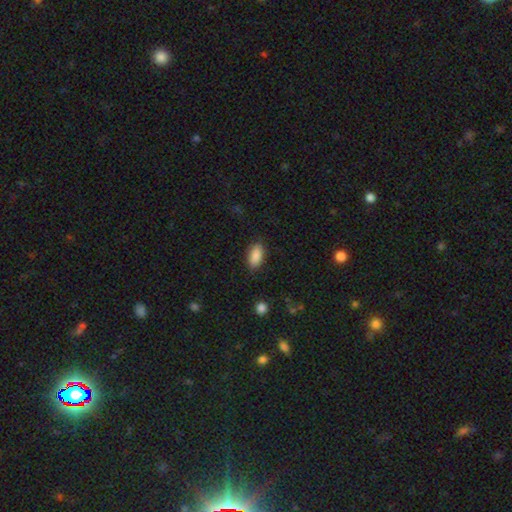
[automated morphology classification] The model was most divided on "merging": none: 87%, minor disturbance: 10%, major disturbance: 3%, merger: 1%. More confident: how rounded — in between (91%); smooth or featured — smooth (89%).